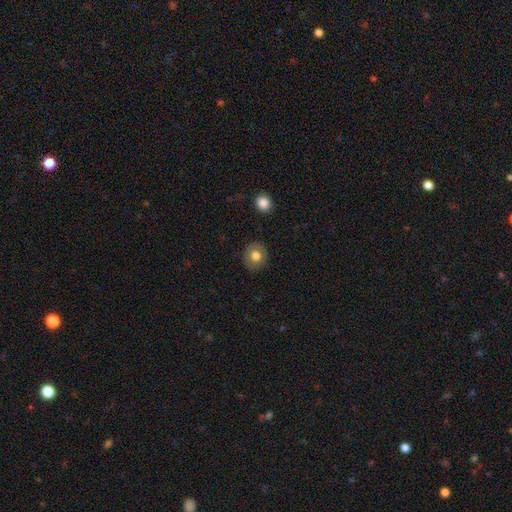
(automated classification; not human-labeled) The model was most divided on "smooth or featured": smooth: 75%, featured or disk: 17%, star or artifact: 8%. More confident: merging — none (88%); how rounded — round (82%).